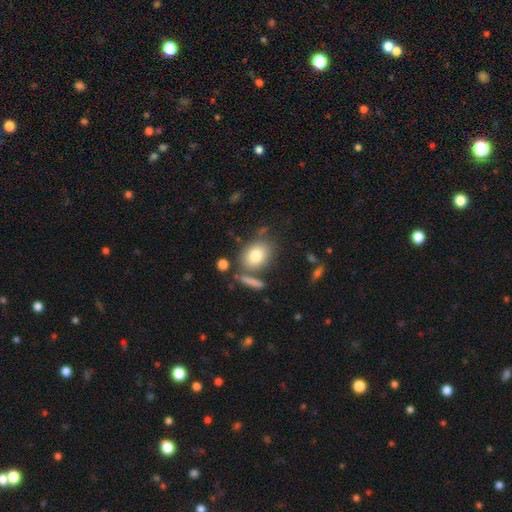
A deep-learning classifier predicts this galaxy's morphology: type=smooth (79%); roundness=in between (63%); merging=none (67%).